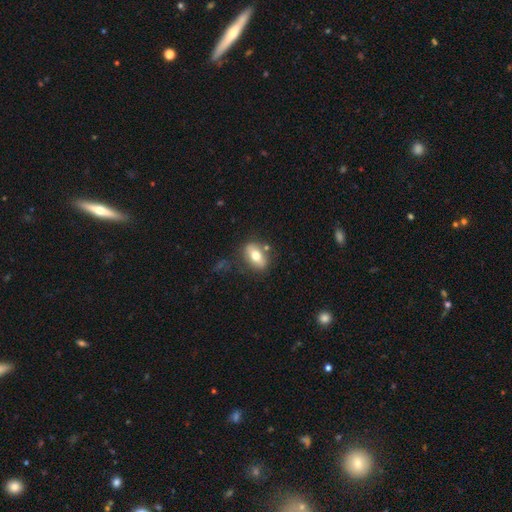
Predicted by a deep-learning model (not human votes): A smooth galaxy with no disk features (65%) that is in between round and cigar-shaped (82%).

Vote fractions:
- Smooth or featured? smooth: 65% / featured or disk: 28% / star or artifact: 7%
- How rounded? in between: 82% / round: 12% / cigar-shaped: 6%
- Merging? none: 74% / minor disturbance: 15% / merger: 6% / major disturbance: 5%